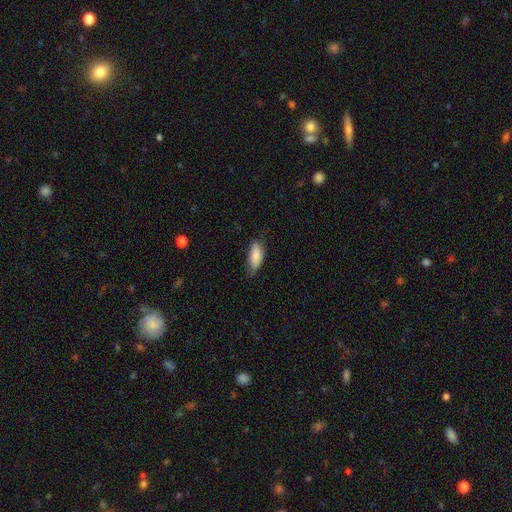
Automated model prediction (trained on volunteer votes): Smooth or featured?
  - smooth: 86% *
  - featured or disk: 8%
  - star or artifact: 6%
How rounded?
  - in between: 79% *
  - cigar-shaped: 19%
  - round: 2%
Merging?
  - none: 69% *
  - minor disturbance: 25%
  - major disturbance: 5%
  - merger: 1%